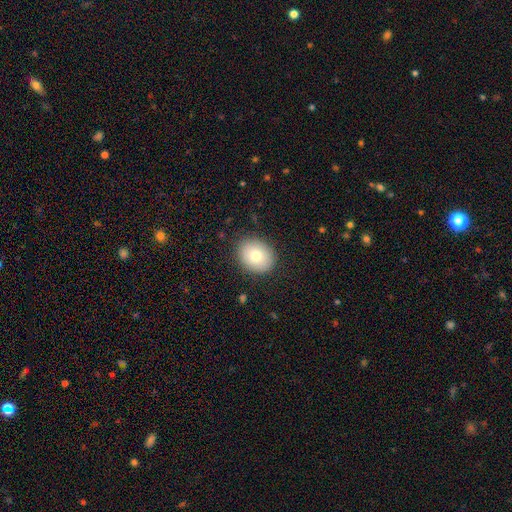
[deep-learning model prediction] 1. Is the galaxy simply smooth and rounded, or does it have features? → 77% smooth, 14% featured or disk, 9% star or artifact.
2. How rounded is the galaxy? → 57% round, 42% in between, 1% cigar-shaped.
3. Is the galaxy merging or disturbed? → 87% none, 9% minor disturbance, 3% major disturbance, 1% merger.